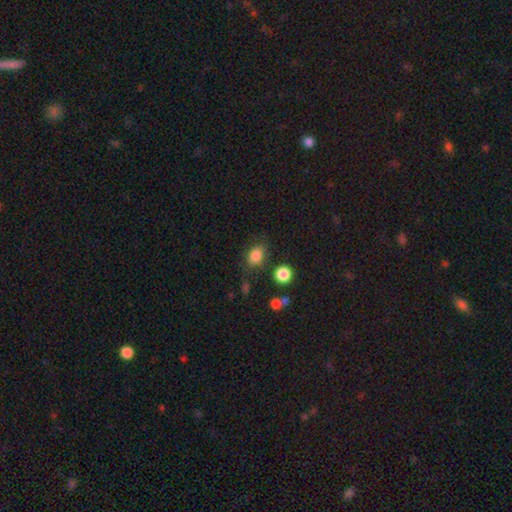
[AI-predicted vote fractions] A smooth galaxy with no disk features (84%) that is in between round and cigar-shaped (69%). Merging: none (74%).